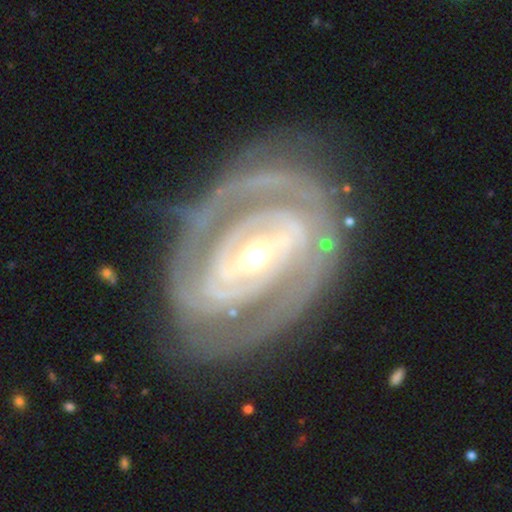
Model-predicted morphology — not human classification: smooth-or-featured: featured or disk: 87% | smooth: 8% | star or artifact: 5%
  disk-edge-on: no: 95% | yes: 5%
    bar: strong: 47% | weak: 32% | no: 21%
    has-spiral-arms: yes: 88% | no: 12%
      spiral-winding: tight: 72% | medium: 22% | loose: 6%
      spiral-arm-count: 2: 47% | can't tell: 26% | 3: 13% | 1: 6% | 4: 5% | more than 4: 4%
    bulge-size: moderate: 47% (tied) | small: 47% (tied) | large: 4% | dominant: 1% | none: 1%
  merging: none: 75% | minor disturbance: 15% | major disturbance: 8% | merger: 2%